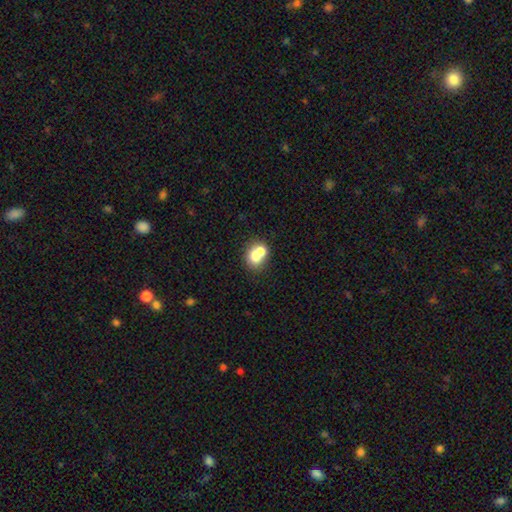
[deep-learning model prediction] This is likely a smooth galaxy (69%). How rounded: likely round (63%). Merging: possibly merger (57%).